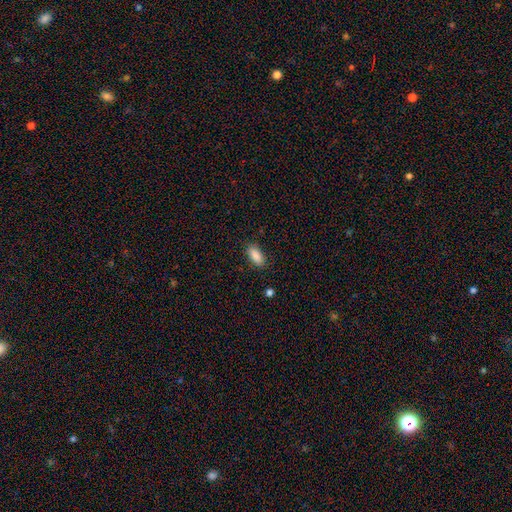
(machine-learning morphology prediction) This appears to be a smooth galaxy with no disk features (89%) that is in between round and cigar-shaped (87%). Merging: none (87%).